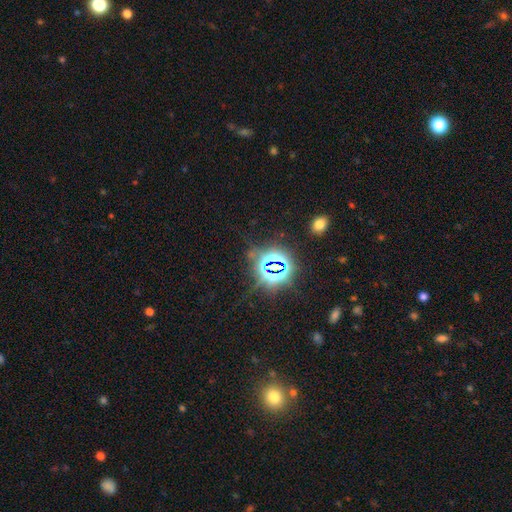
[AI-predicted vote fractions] Overall: star or artifact (80%).